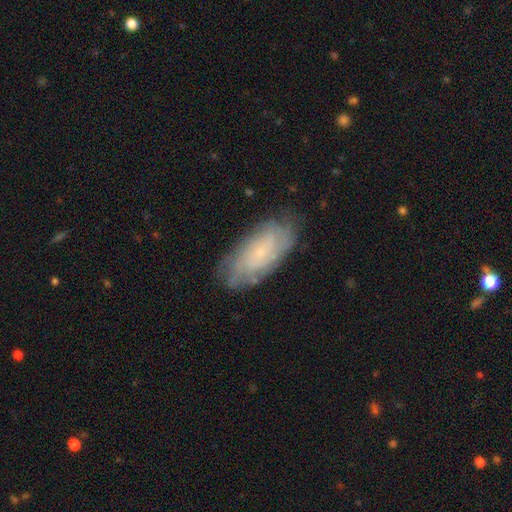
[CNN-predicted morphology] Overall: featured or disk (51%; smooth 36%). Edge-on disk: no (88%). Merging: none (81%).